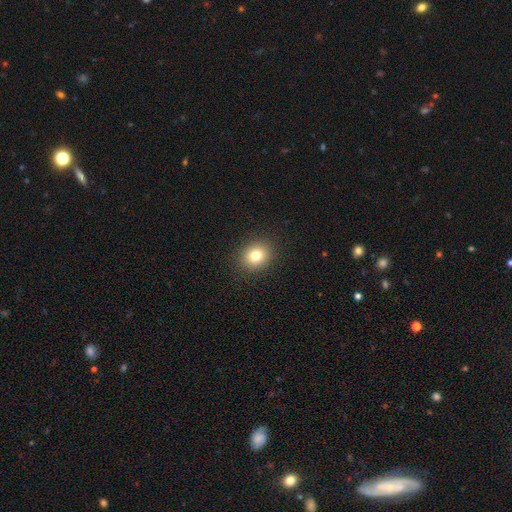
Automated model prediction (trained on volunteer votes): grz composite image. It shows a smooth galaxy with no disk features (79%) that is round (71%). Merging: none (90%).